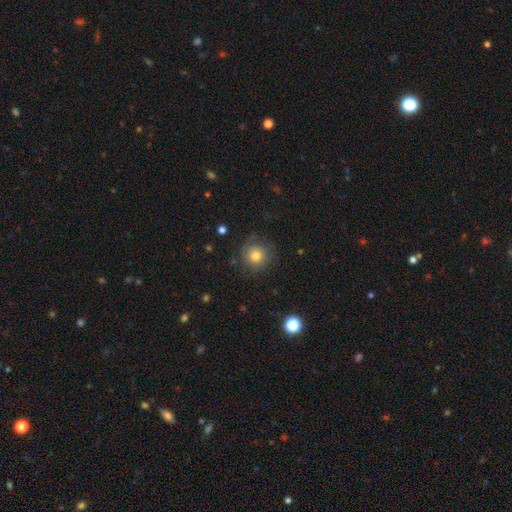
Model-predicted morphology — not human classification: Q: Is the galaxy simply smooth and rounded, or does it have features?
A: smooth — 75%.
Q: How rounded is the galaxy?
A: round — 94%.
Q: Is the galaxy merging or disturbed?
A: none — 78%.